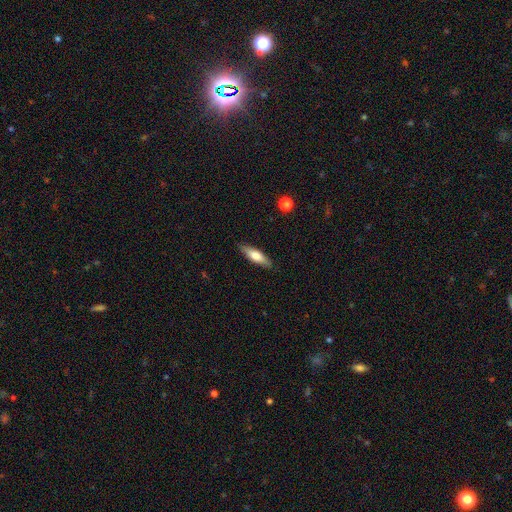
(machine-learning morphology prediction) type=smooth (65%); roundness=cigar-shaped (57%); merging=none (87%).